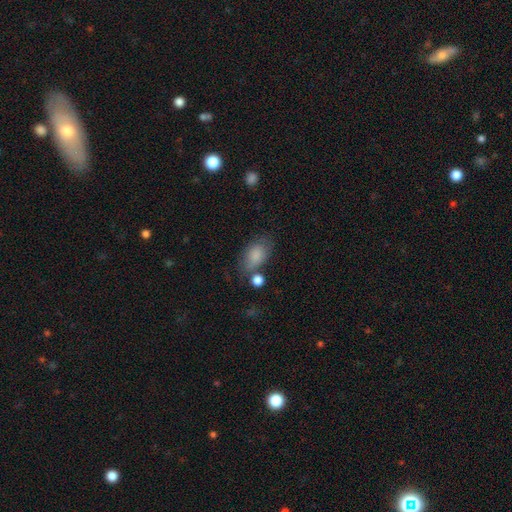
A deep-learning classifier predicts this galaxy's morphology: type=smooth (82%); roundness=in between (88%); merging=none (58%).